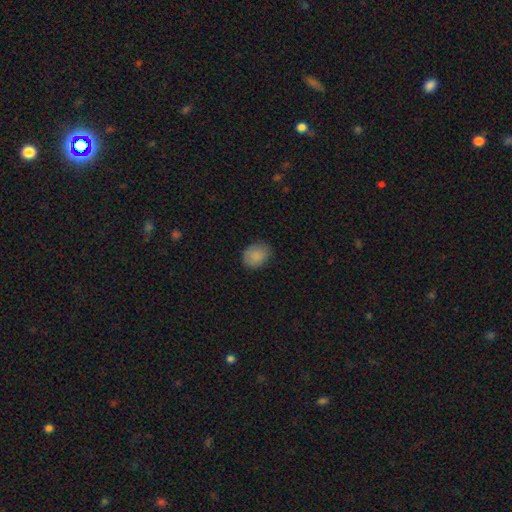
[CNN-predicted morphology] This appears to be a smooth galaxy with no disk features (87%) that is round (57%). Merging: none (78%).